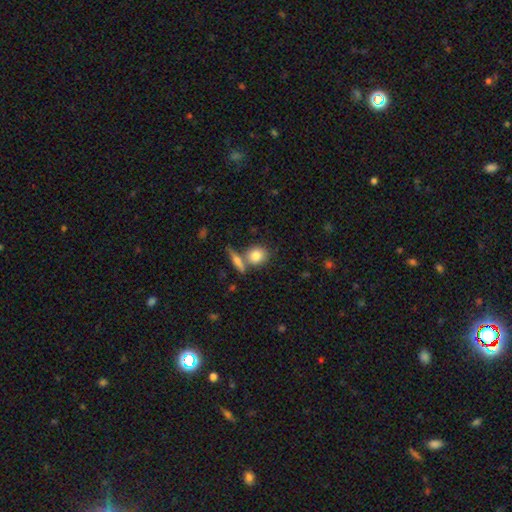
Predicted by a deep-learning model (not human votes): The model was most divided on "merging": none: 59%, merger: 27%, minor disturbance: 10%, major disturbance: 4%. More confident: smooth or featured — smooth (81%); how rounded — round (68%).